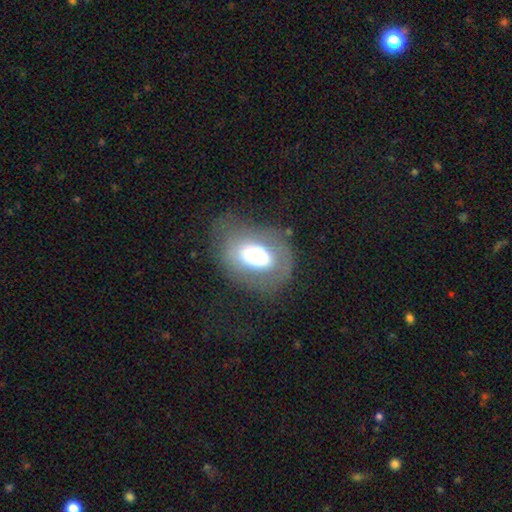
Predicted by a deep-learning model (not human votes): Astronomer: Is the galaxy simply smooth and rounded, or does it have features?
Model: smooth — 54% (runner-up: featured or disk, 36%).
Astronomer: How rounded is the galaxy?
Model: in between — 70%.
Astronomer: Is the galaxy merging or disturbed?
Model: none — 65%.